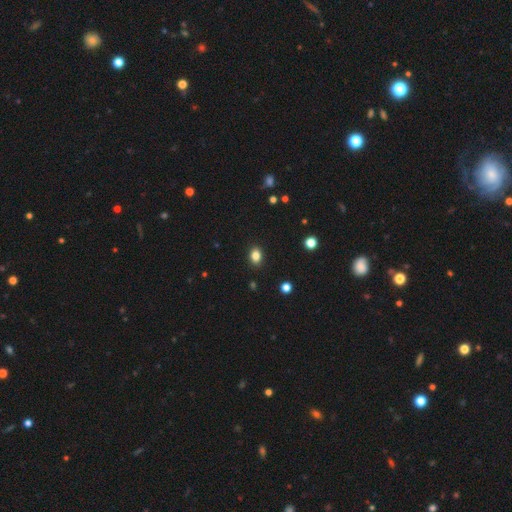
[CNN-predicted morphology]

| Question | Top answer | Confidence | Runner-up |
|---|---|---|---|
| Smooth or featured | smooth | 84% | star or artifact (11%) |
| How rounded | in between | 64% | round (35%) |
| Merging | none | 89% | minor disturbance (8%) |